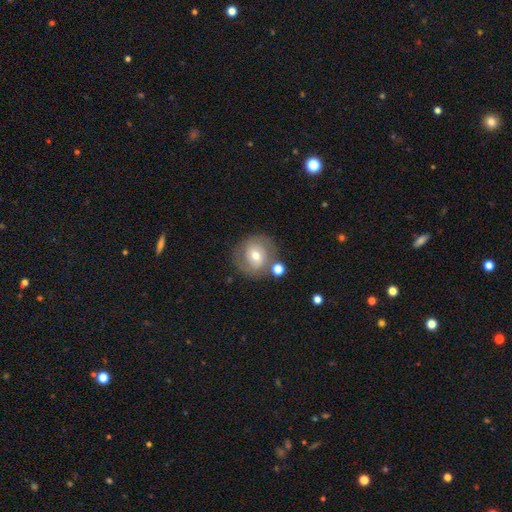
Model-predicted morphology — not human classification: This appears to be a smooth galaxy with no disk features (51%) that is round (85%). Merging: none (68%).